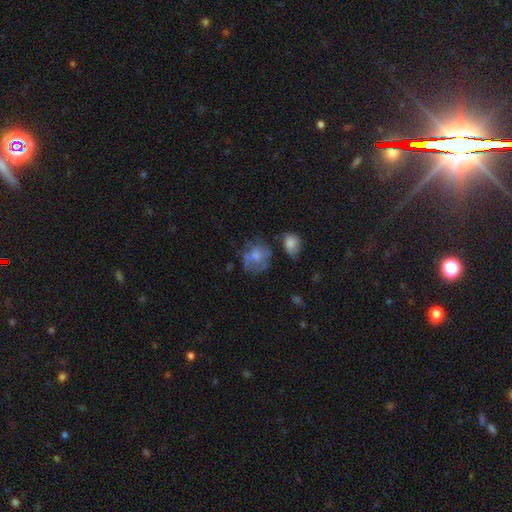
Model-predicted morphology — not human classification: Smooth or featured: smooth — 59% (featured or disk — 31%)
How rounded: round — 66% (in between — 33%)
Merging: none — 42% (minor disturbance — 26%)